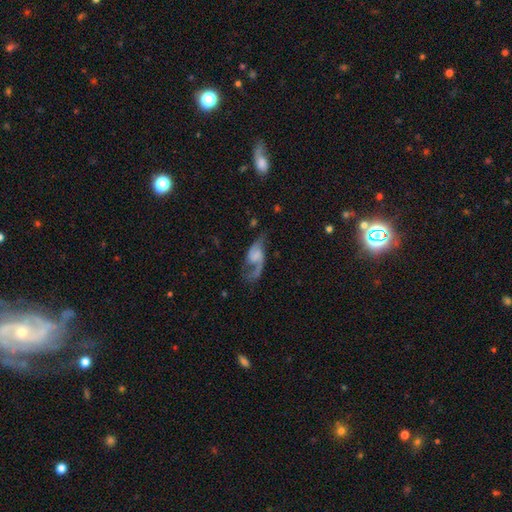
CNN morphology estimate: Q: Smooth or featured?
A: featured or disk (78%); runner-up: smooth (15%)
Q: Edge-on disk?
A: no (96%); runner-up: yes (4%)
Q: Bar?
A: no (57%); runner-up: weak (34%)
Q: Spiral arms?
A: yes (93%); runner-up: no (7%)
Q: Spiral winding?
A: loose (66%); runner-up: medium (28%)
Q: Spiral arm count?
A: 2 (77%); runner-up: 1 (17%)
Q: Bulge size?
A: none (40%); runner-up: small (27%)
Q: Merging?
A: none (48%); runner-up: major disturbance (27%)